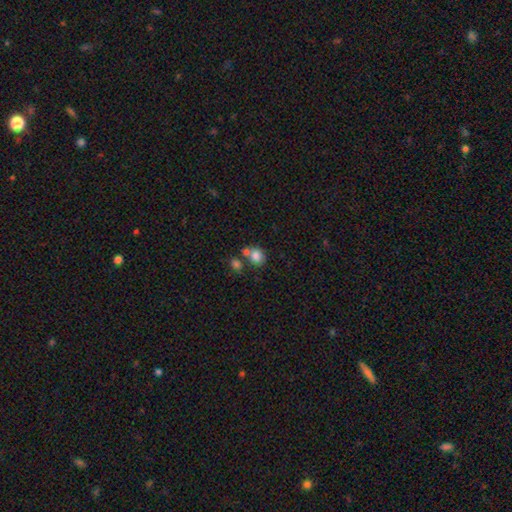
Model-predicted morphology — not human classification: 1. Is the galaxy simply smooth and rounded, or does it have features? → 80% smooth, 11% star or artifact, 9% featured or disk.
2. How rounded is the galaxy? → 72% round, 27% in between, 1% cigar-shaped.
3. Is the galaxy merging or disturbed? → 52% none, 34% merger, 11% minor disturbance, 4% major disturbance.